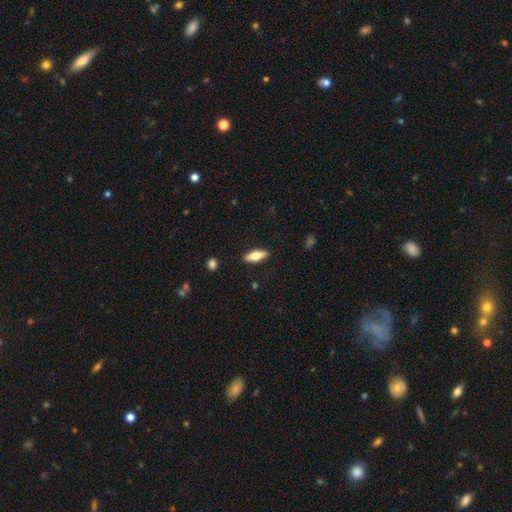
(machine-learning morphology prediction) smooth 60%, featured or disk 34%, star or artifact 6%. Down the decision tree: how rounded — in between (60%); merging — none (88%).